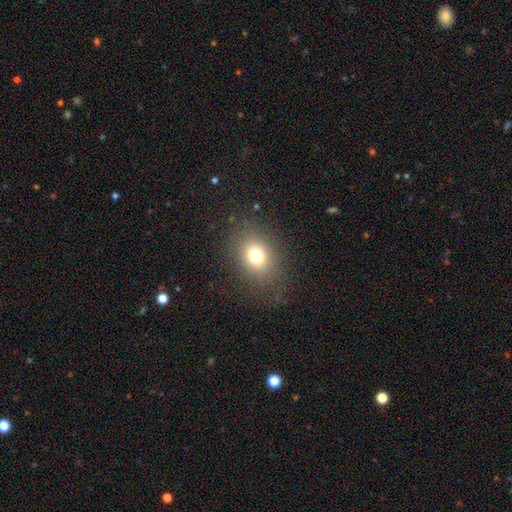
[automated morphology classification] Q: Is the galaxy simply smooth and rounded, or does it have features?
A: smooth — 74%.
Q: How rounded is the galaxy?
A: in between — 53%.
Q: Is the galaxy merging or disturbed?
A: none — 81%.